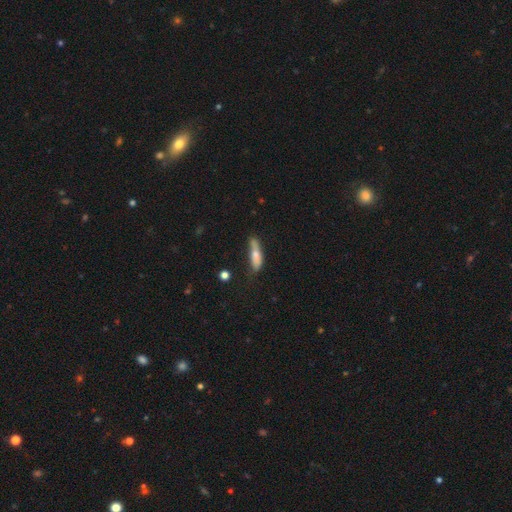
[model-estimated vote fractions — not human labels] smooth-or-featured: smooth: 70% | featured or disk: 23% | star or artifact: 7%
  how-rounded: cigar-shaped: 63% | in between: 35% | round: 2%
  merging: none: 49% | minor disturbance: 31% | major disturbance: 12% | merger: 8%